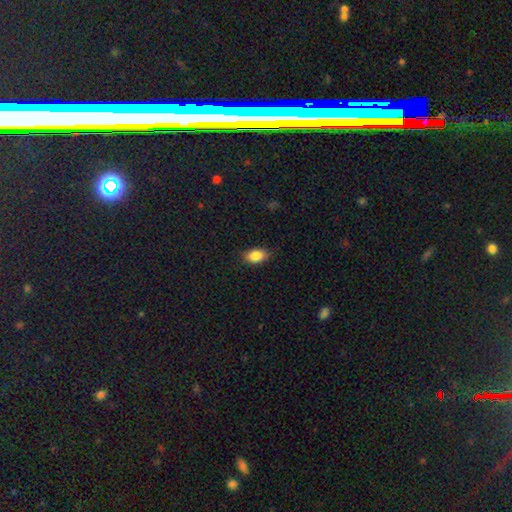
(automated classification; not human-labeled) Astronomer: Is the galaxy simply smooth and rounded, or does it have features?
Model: smooth — 86%.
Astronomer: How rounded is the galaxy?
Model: in between — 88%.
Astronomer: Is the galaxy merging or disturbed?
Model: none — 82%.